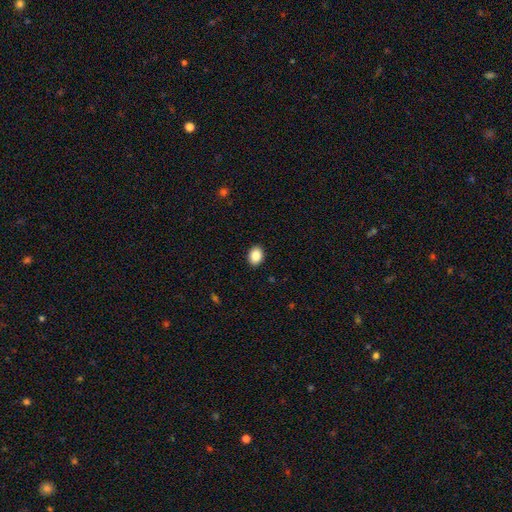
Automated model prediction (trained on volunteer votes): Q: Smooth or featured?
A: smooth (87%); runner-up: star or artifact (8%)
Q: How rounded?
A: in between (70%); runner-up: round (29%)
Q: Merging?
A: none (90%); runner-up: minor disturbance (7%)